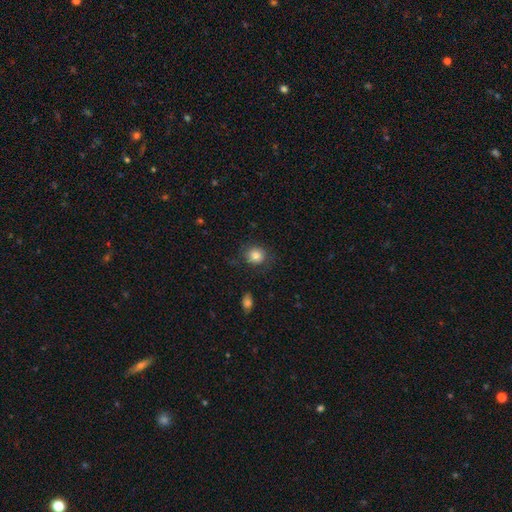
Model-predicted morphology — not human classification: Smooth or featured? Predicted: smooth (p=0.83). How rounded? Predicted: round (p=0.83). Merging? Predicted: none (p=0.79).